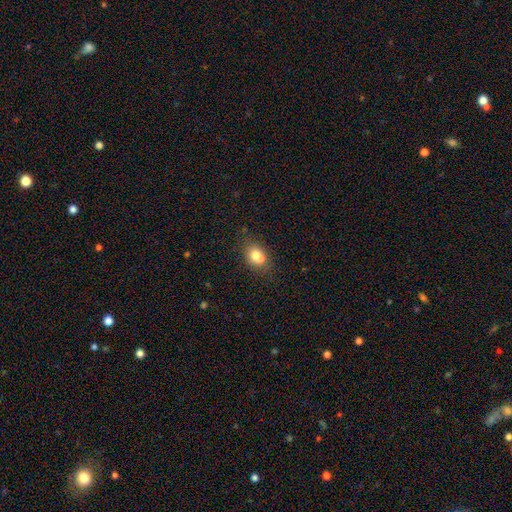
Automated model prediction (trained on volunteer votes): Smooth or featured? smooth (73%)
How rounded? in between (67%)
Merging? none (49%)